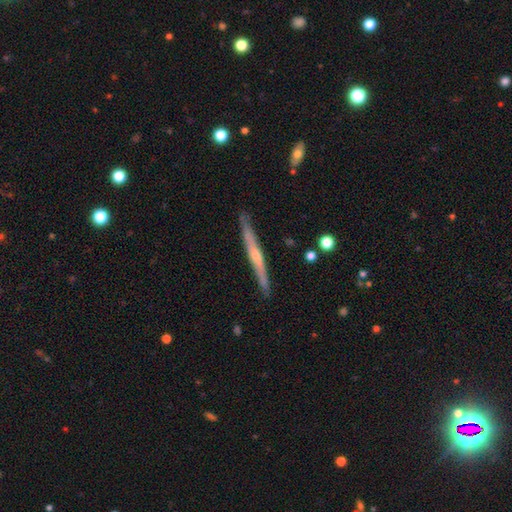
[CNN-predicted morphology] Smooth or featured: featured or disk — 74% (smooth — 20%)
Edge-on disk: yes — 97% (no — 3%)
Edge-on bulge: rounded — 70% (none — 26%)
Merging: none — 89% (minor disturbance — 9%)